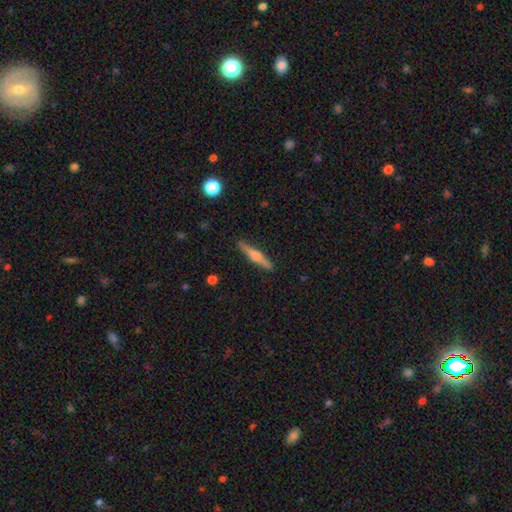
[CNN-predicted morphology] type=featured or disk (54%); edge-on=yes (97%); edge-on bulge=rounded (77%); merging=none (89%).